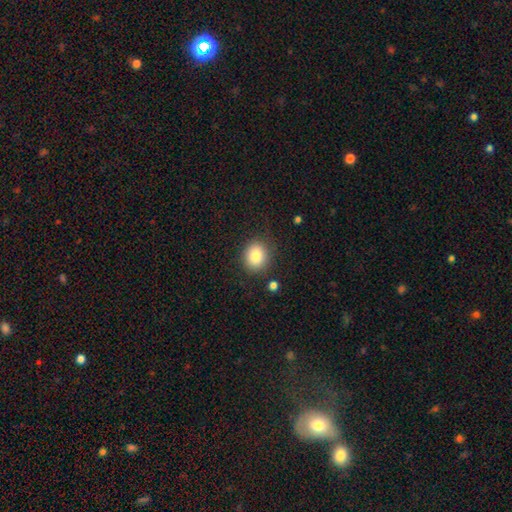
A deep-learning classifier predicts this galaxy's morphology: smooth 84%, star or artifact 9%, featured or disk 7%. Down the decision tree: how rounded — round (69%); merging — none (84%).